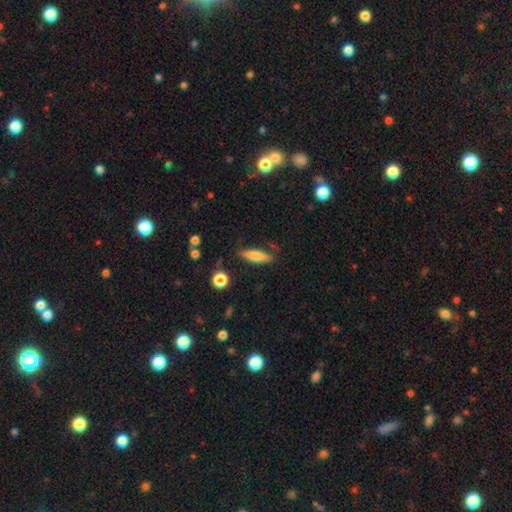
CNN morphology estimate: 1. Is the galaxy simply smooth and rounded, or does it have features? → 75% smooth, 18% featured or disk, 7% star or artifact.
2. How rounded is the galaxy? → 60% cigar-shaped, 37% in between, 2% round.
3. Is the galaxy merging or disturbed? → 79% none, 15% minor disturbance, 4% major disturbance, 3% merger.